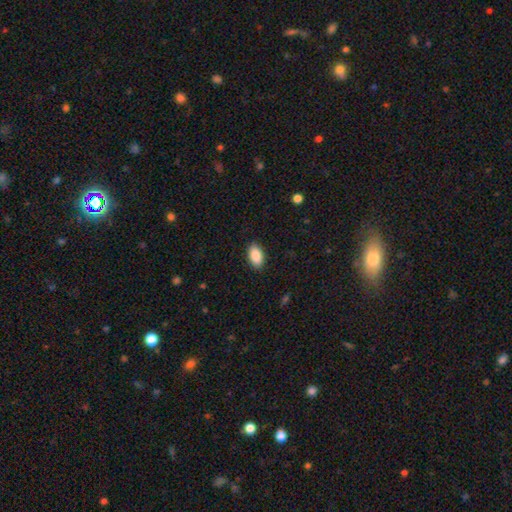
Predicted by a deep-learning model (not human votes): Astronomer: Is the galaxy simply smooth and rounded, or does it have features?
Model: smooth — 90%.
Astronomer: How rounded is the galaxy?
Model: in between — 94%.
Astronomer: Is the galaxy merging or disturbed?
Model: none — 89%.